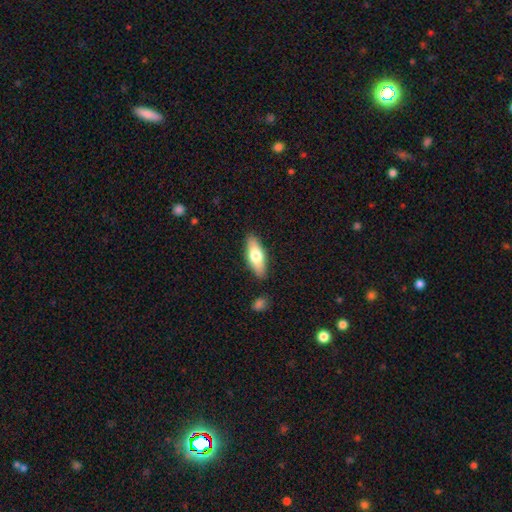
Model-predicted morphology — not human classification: Smooth or featured? smooth (66%)
How rounded? in between (65%)
Merging? none (87%)